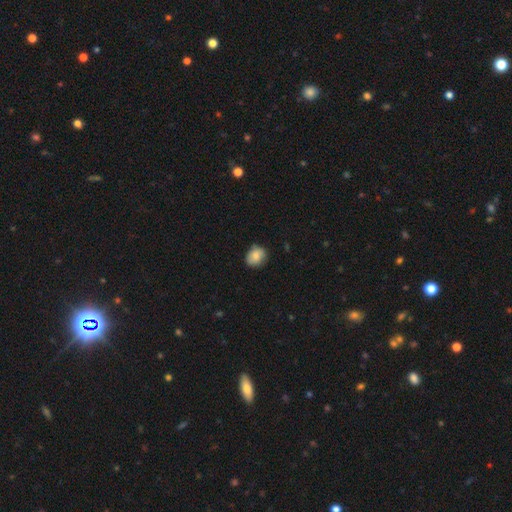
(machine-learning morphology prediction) Smooth or featured?
  - smooth: 83% *
  - featured or disk: 9%
  - star or artifact: 8%
How rounded?
  - round: 65% *
  - in between: 34%
  - cigar-shaped: 1%
Merging?
  - none: 75% *
  - minor disturbance: 20%
  - major disturbance: 3%
  - merger: 1%